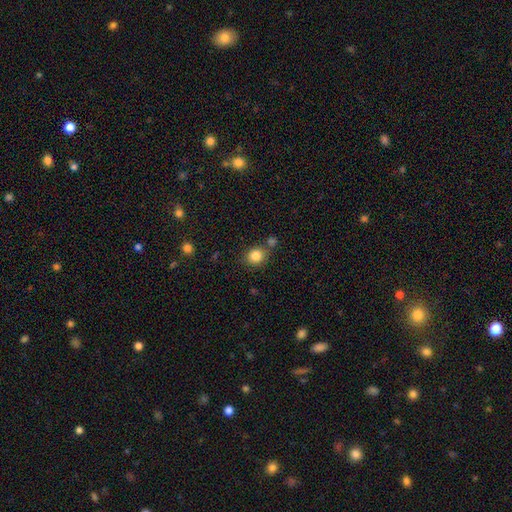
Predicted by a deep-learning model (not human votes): Q: Smooth or featured?
A: smooth (84%); runner-up: star or artifact (10%)
Q: How rounded?
A: round (75%); runner-up: in between (24%)
Q: Merging?
A: none (72%); runner-up: merger (14%)